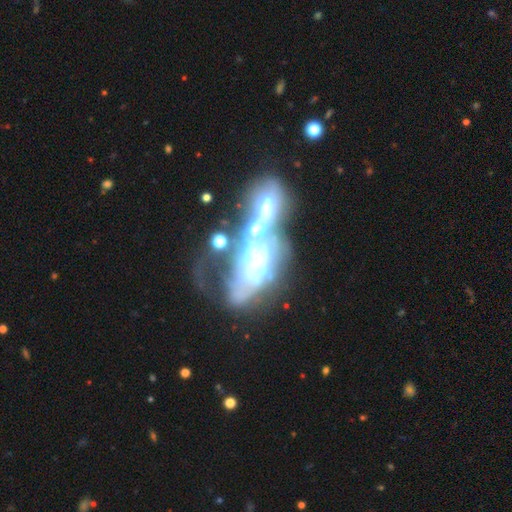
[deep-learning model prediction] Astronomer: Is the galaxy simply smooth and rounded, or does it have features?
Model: featured or disk — 65%.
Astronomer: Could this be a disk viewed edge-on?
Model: no — 91%.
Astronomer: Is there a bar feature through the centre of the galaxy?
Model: no — 80%.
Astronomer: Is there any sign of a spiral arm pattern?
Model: no — 74%.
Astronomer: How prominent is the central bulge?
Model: moderate — 31% (runner-up: large, 27%).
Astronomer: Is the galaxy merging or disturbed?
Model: merger — 57%.